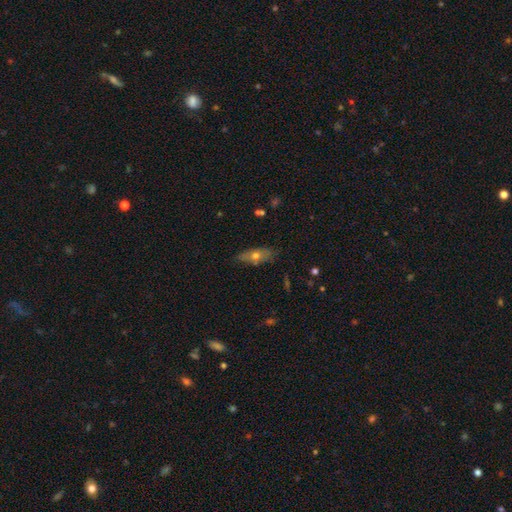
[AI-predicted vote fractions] A smooth galaxy with no disk features (59%) that is in between round and cigar-shaped (68%).

Vote fractions:
- Smooth or featured? smooth: 59% / featured or disk: 33% / star or artifact: 8%
- How rounded? in between: 68% / cigar-shaped: 27% / round: 4%
- Merging? none: 73% / minor disturbance: 20% / major disturbance: 4% / merger: 3%